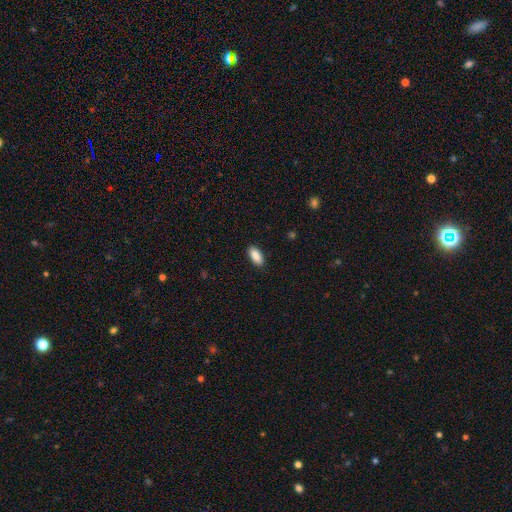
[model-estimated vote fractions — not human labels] This is clearly a smooth galaxy (90%). How rounded: clearly in between (89%). Merging: clearly none (89%).